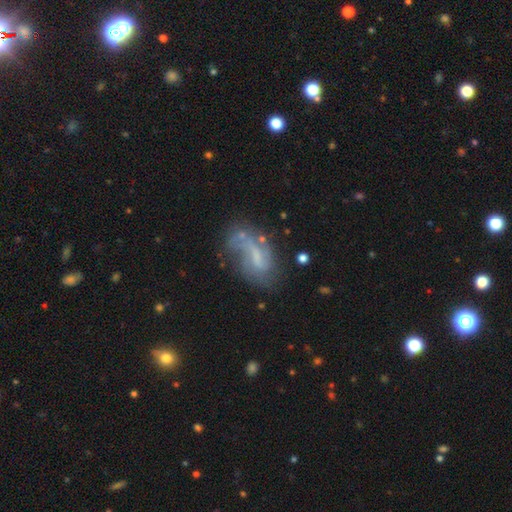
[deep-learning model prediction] Smooth or featured? featured or disk (59%)
Edge-on disk? no (93%)
Bar? weak (44%)
Spiral arms? yes (65%)
Bulge size? none (49%)
Merging? none (44%)